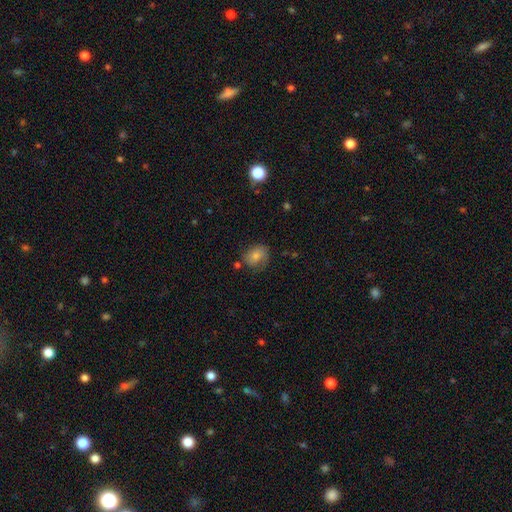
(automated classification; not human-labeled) Smooth or featured? Predicted: smooth (p=0.57). How rounded? Predicted: round (p=0.53). Merging? Predicted: none (p=0.65).